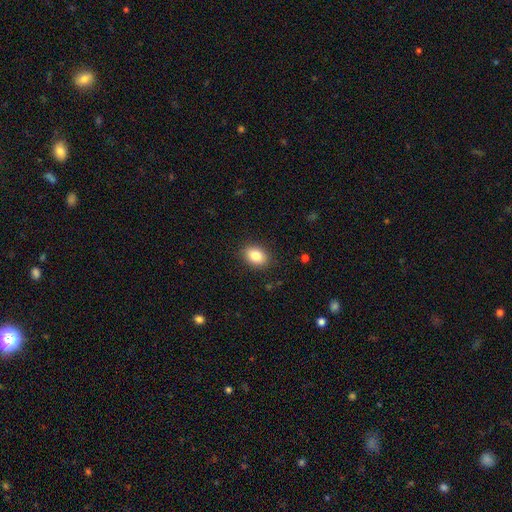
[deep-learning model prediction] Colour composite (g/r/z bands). It shows a smooth galaxy with no disk features (84%) that is in between round and cigar-shaped (76%). Merging: none (88%).